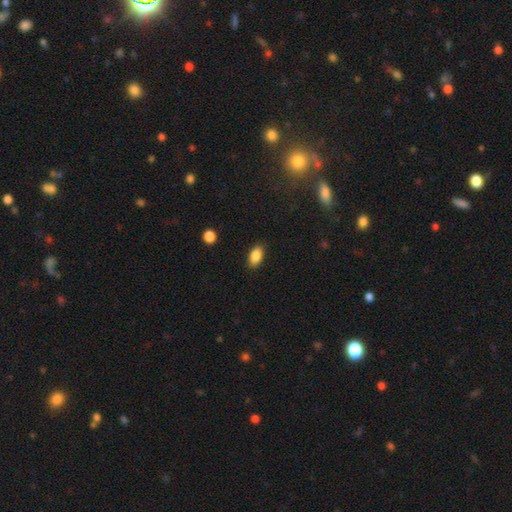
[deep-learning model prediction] smooth_or_featured: smooth (p=0.88) [alt: star or artifact p=0.08]
how_rounded: in between (p=0.91) [alt: round p=0.05]
merging: none (p=0.87) [alt: minor disturbance p=0.10]